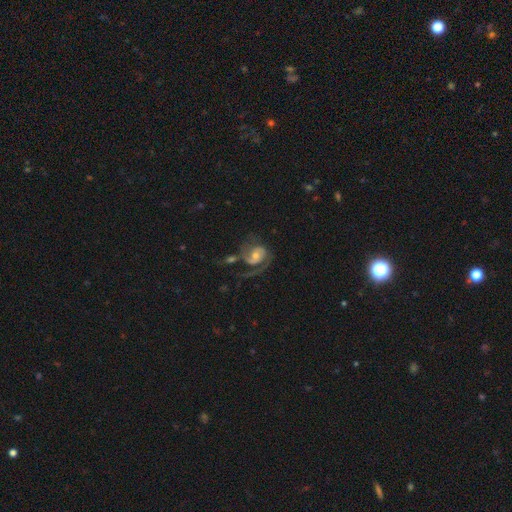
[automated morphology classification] The model was most divided on "spiral winding": medium: 45%, tight: 35%, loose: 21%. Remaining: edge-on disk — no (98%); spiral arms — yes (94%); smooth or featured — featured or disk (83%); spiral arm count — 2 (61%); bar — no (59%); bulge size — moderate (54%); merging — none (44%).